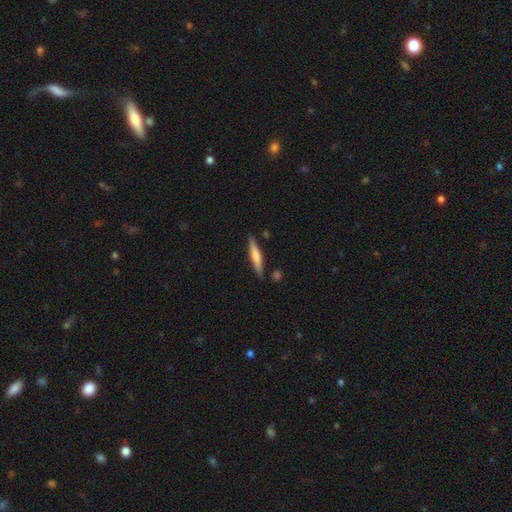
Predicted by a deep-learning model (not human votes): smooth-or-featured: smooth: 55% | featured or disk: 40% | star or artifact: 5%
  how-rounded: cigar-shaped: 90% | in between: 9% | round: 2%
  merging: none: 85% | minor disturbance: 10% | merger: 3% | major disturbance: 2%